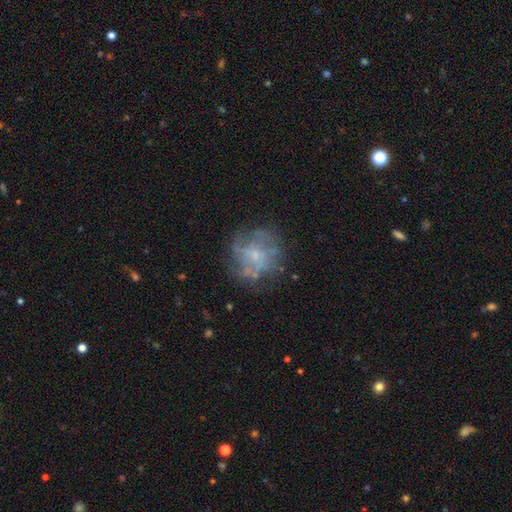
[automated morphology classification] Q: Smooth or featured?
A: featured or disk (58%); runner-up: smooth (29%)
Q: Edge-on disk?
A: no (98%); runner-up: yes (2%)
Q: Bar?
A: no (81%); runner-up: weak (16%)
Q: Spiral arms?
A: no (61%); runner-up: yes (39%)
Q: Bulge size?
A: small (64%); runner-up: moderate (20%)
Q: Merging?
A: none (64%); runner-up: minor disturbance (18%)